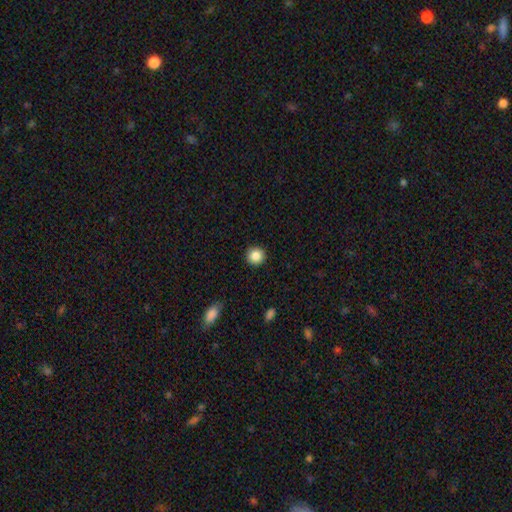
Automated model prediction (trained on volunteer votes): This is clearly a smooth galaxy (87%). How rounded: clearly round (93%). Merging: clearly none (92%).